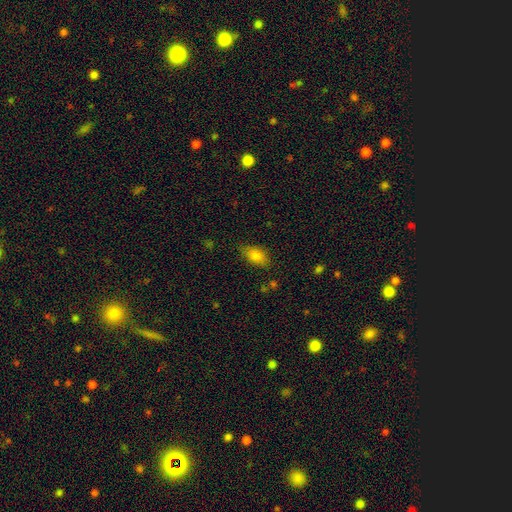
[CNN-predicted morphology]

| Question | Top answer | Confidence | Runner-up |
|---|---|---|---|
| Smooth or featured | smooth | 82% | featured or disk (9%) |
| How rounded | in between | 88% | round (9%) |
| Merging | none | 76% | minor disturbance (18%) |